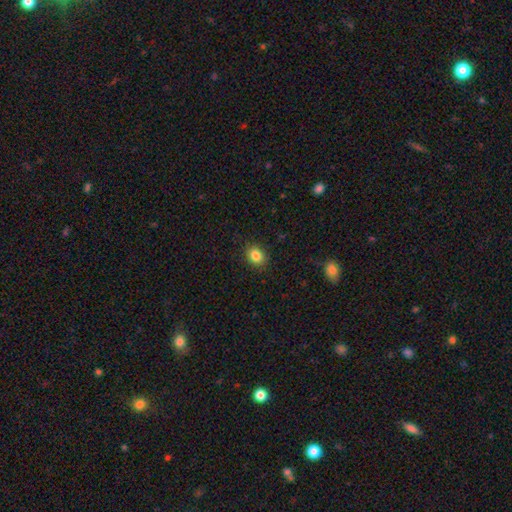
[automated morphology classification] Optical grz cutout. It shows a smooth galaxy with no disk features (84%) that is round (59%). Merging: none (89%).